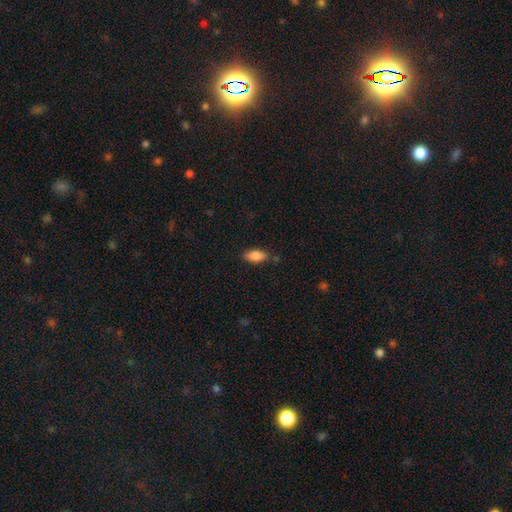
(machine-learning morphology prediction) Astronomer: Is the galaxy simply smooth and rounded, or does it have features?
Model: smooth — 84%.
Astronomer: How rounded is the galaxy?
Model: in between — 85%.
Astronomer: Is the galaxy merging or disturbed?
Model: none — 80%.